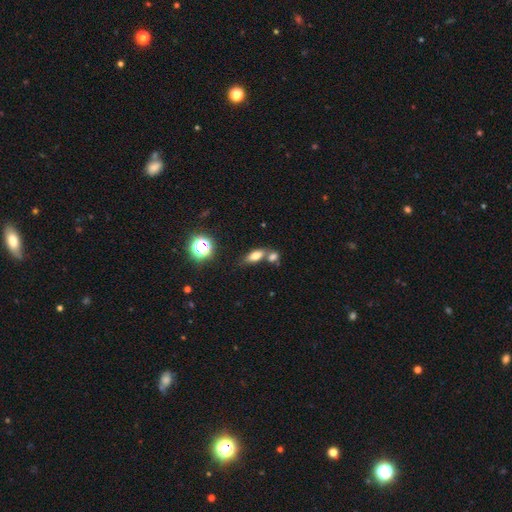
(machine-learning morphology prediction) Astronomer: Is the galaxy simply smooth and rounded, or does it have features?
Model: smooth — 72%.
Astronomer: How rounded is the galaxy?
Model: in between — 76%.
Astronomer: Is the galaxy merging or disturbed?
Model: none — 49% (runner-up: merger, 35%).